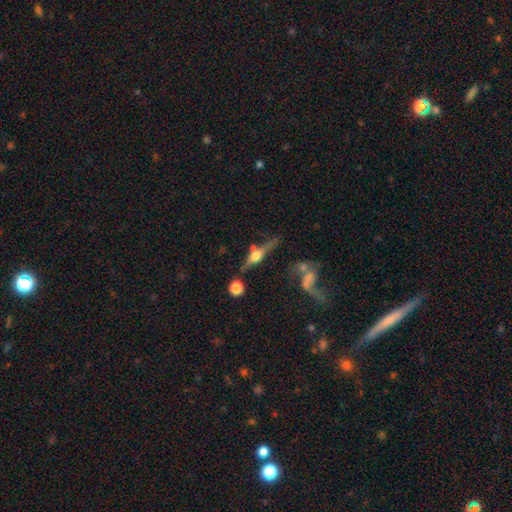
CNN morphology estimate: Smooth or featured: featured or disk — 72% (smooth — 20%)
Edge-on disk: yes — 92% (no — 8%)
Edge-on bulge: rounded — 92% (boxy — 5%)
Merging: none — 62% (minor disturbance — 17%)